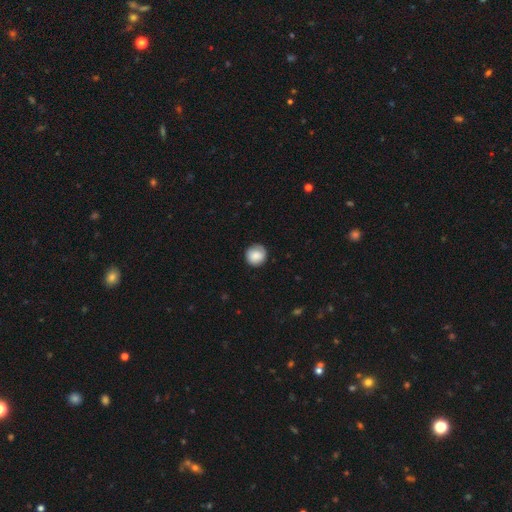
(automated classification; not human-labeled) This appears to be a smooth galaxy with no disk features (84%) that is round (93%). Merging: none (84%).